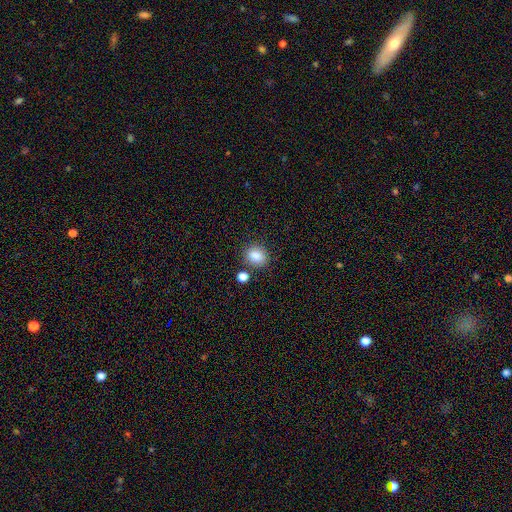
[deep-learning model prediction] smooth-or-featured: smooth: 86% | star or artifact: 9% | featured or disk: 4%
  how-rounded: round: 65% | in between: 34% | cigar-shaped: 1%
  merging: none: 77% | minor disturbance: 11% | merger: 9% | major disturbance: 3%